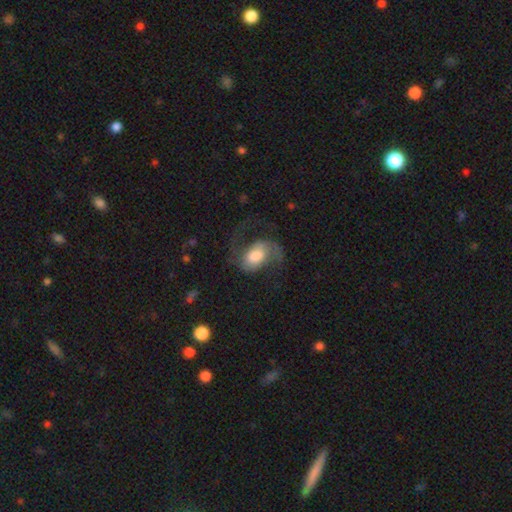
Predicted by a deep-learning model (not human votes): A featured or disk galaxy (68%) with no bar (49%), 2 (85%) loose (59%) spiral arms (91%) and a large central bulge (38%, tied with moderate). Merging: none (46%).